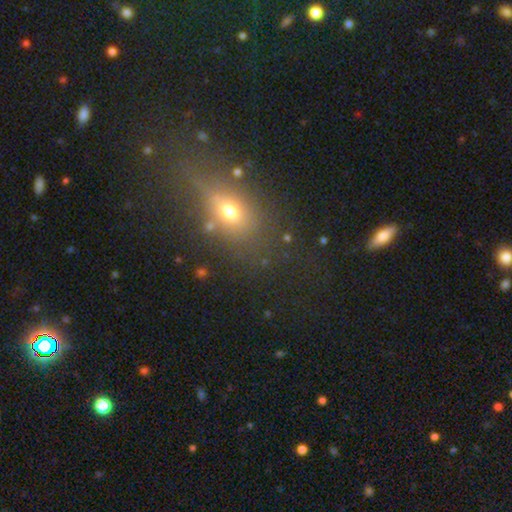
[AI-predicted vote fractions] Overall: smooth (52%; star or artifact 25%). How rounded: in between (61%; round 25%). Merging: none (62%).